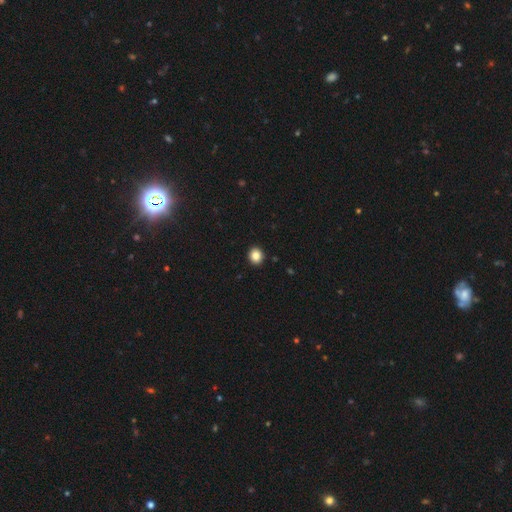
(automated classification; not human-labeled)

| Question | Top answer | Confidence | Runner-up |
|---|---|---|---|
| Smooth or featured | smooth | 85% | star or artifact (10%) |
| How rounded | round | 75% | in between (24%) |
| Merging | none | 92% | minor disturbance (5%) |